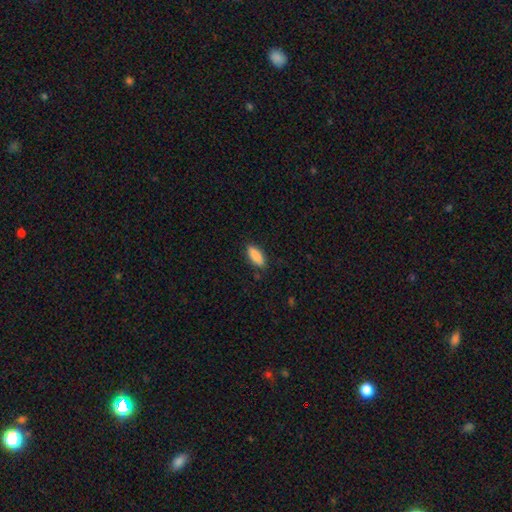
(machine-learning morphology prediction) Smooth or featured? Predicted: smooth (p=0.89). How rounded? Predicted: in between (p=0.76). Merging? Predicted: none (p=0.86).